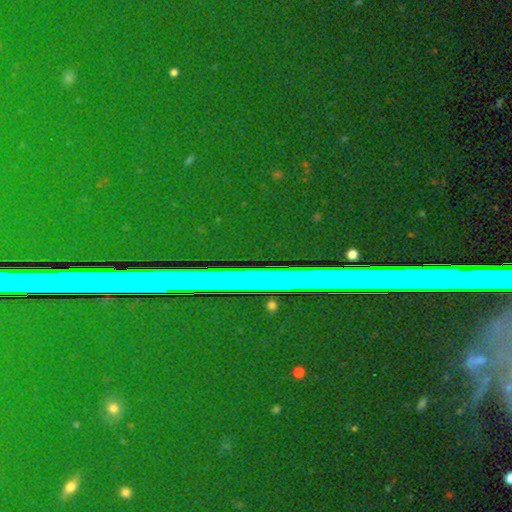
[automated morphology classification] star or artifact 85%, featured or disk 8%, smooth 7%.